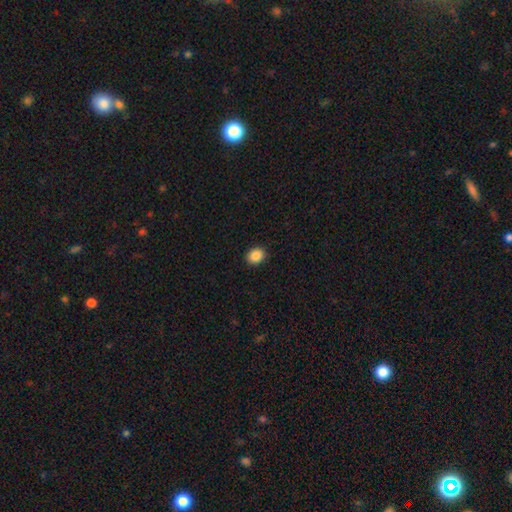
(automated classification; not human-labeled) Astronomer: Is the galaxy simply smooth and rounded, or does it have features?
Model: smooth — 87%.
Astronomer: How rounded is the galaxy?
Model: in between — 50% (runner-up: round, 49%).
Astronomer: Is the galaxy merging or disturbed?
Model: none — 91%.